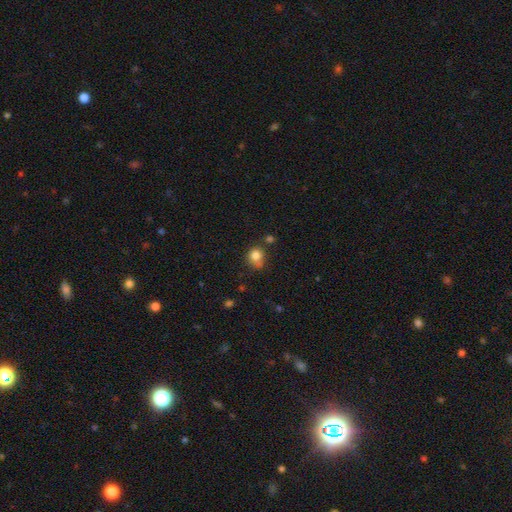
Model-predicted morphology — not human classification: smooth 81%, star or artifact 11%, featured or disk 8%. Down the decision tree: how rounded — round (75%); merging — none (56%).